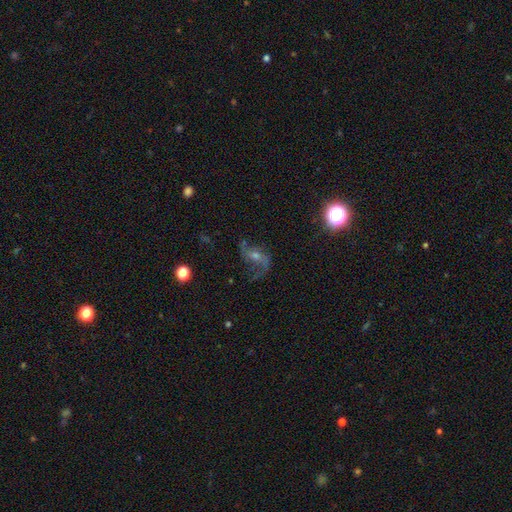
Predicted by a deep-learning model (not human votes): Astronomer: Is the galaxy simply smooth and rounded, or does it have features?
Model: featured or disk — 73%.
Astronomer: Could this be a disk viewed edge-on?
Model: no — 95%.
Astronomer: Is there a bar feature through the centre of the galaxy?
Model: no — 50% (runner-up: weak, 35%).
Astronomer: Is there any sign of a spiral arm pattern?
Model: yes — 91%.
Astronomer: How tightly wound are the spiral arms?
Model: loose — 66%.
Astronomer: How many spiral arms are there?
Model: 2 — 79%.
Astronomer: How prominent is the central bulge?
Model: moderate — 48% (runner-up: small, 45%).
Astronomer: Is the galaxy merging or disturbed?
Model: none — 61%.